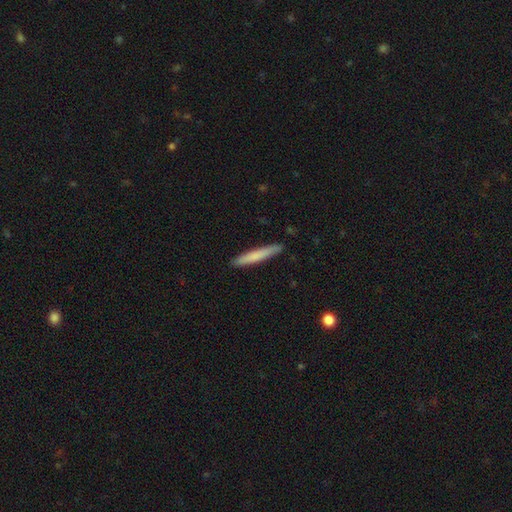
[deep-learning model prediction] smooth_or_featured: smooth (p=0.74) [alt: featured or disk p=0.21]
how_rounded: cigar-shaped (p=0.95) [alt: in between p=0.04]
merging: none (p=0.90) [alt: minor disturbance p=0.08]